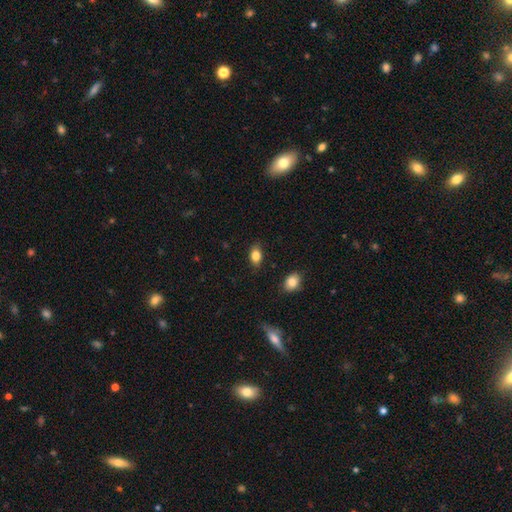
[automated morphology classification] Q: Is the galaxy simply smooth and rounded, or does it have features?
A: smooth — 83%.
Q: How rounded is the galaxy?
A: in between — 83%.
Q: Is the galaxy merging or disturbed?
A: none — 83%.